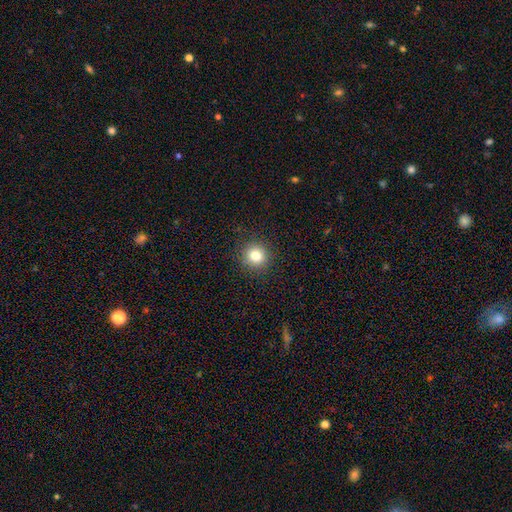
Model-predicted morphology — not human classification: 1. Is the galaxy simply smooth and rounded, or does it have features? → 81% smooth, 12% star or artifact, 7% featured or disk.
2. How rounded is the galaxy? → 92% round, 7% in between, 1% cigar-shaped.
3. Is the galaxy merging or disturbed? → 91% none, 6% minor disturbance, 2% major disturbance, 1% merger.